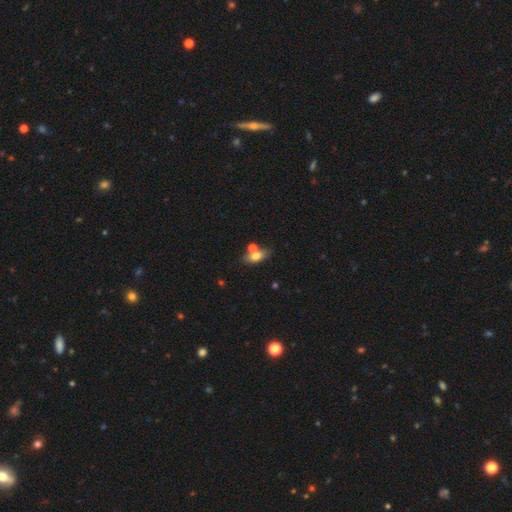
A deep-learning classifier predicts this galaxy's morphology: smooth_or_featured: smooth (p=0.72) [alt: featured or disk p=0.19]
how_rounded: in between (p=0.79) [alt: cigar-shaped p=0.13]
merging: none (p=0.59) [alt: merger p=0.24]